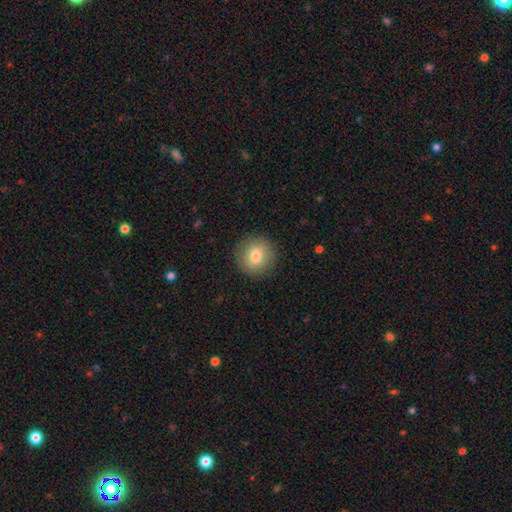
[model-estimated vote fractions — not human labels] A smooth galaxy with no disk features (77%) that is round (93%).

Vote fractions:
- Smooth or featured? smooth: 77% / featured or disk: 14% / star or artifact: 9%
- How rounded? round: 93% / in between: 6% / cigar-shaped: 1%
- Merging? none: 89% / minor disturbance: 8% / major disturbance: 2% / merger: 1%